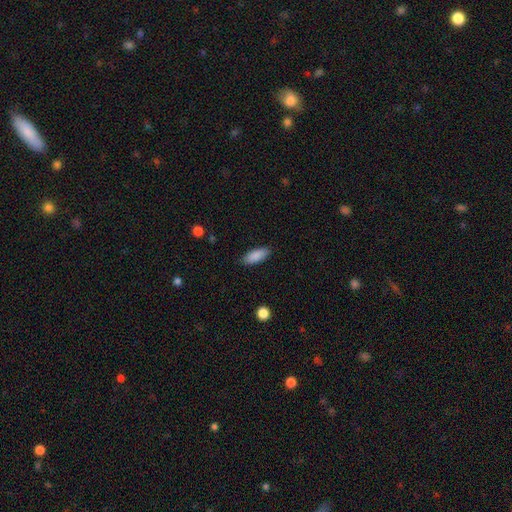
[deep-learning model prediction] The model was most divided on "how rounded": in between: 77%, cigar-shaped: 21%, round: 2%. More confident: smooth or featured — smooth (89%); merging — none (87%).